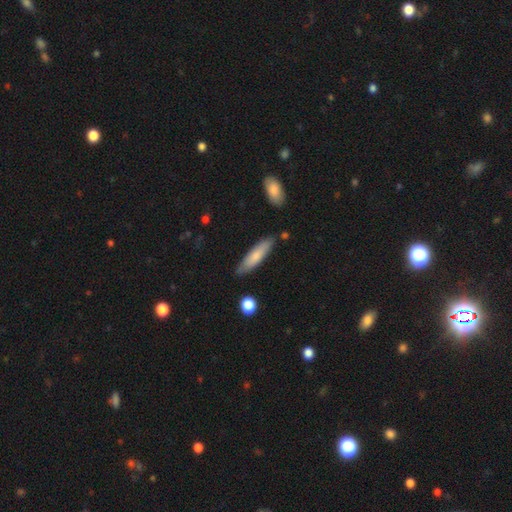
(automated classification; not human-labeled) Overall: smooth (75%). How rounded: cigar-shaped (74%). Merging: none (83%).